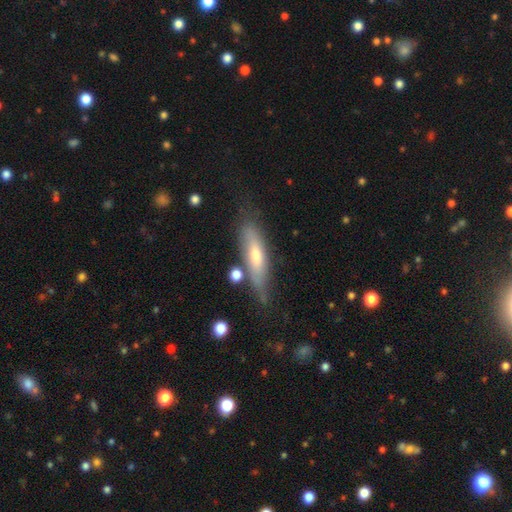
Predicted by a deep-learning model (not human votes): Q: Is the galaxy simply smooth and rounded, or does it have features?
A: smooth — 50%.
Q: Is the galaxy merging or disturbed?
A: none — 65%.